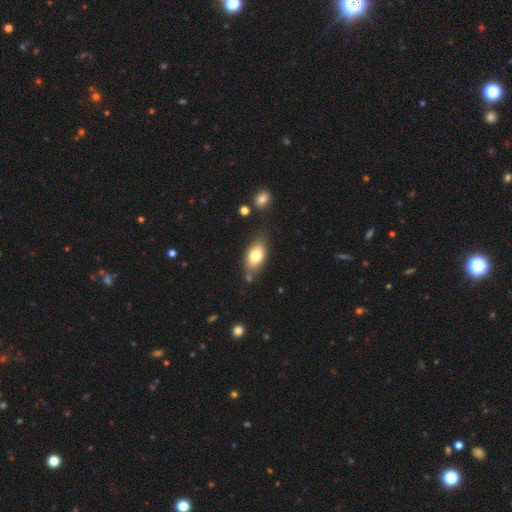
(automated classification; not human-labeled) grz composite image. It shows a smooth galaxy with no disk features (76%) that is in between round and cigar-shaped (89%). Merging: none (70%).